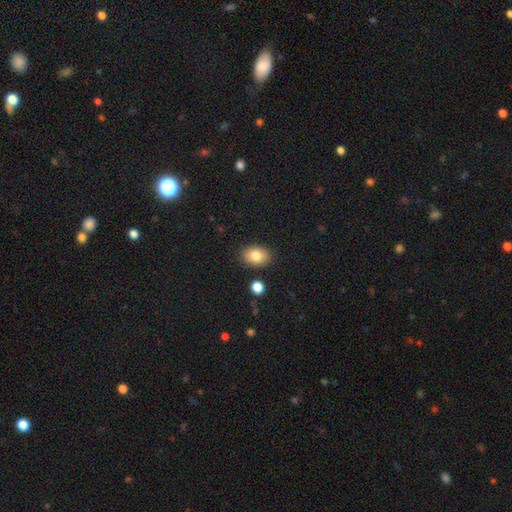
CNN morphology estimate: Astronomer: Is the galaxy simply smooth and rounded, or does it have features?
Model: smooth — 82%.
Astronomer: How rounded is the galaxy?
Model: in between — 80%.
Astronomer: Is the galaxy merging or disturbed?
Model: none — 87%.